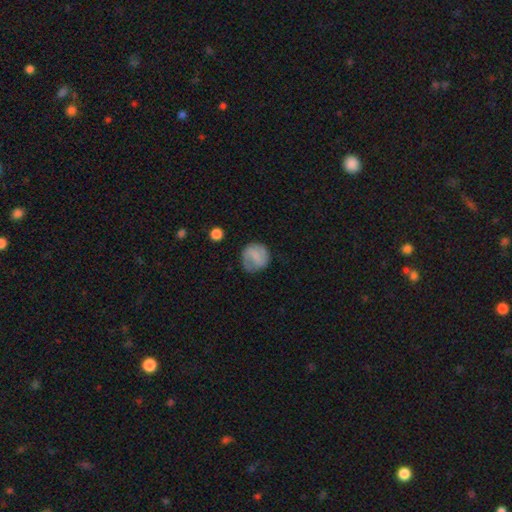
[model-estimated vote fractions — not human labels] A smooth galaxy with no disk features (65%) that is round (85%). Merging: none (67%).